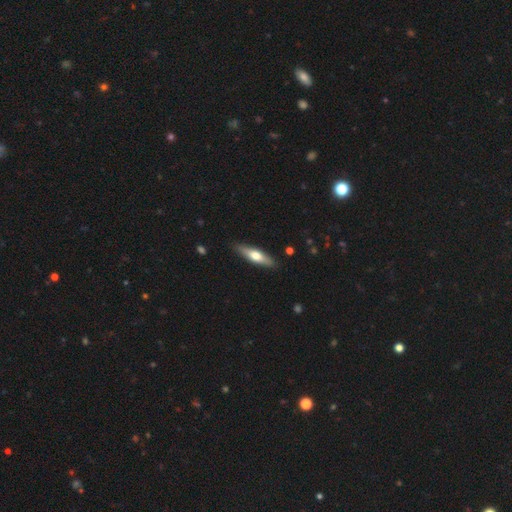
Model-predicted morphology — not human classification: smooth-or-featured: smooth: 51% | featured or disk: 44% | star or artifact: 5%
  how-rounded: cigar-shaped: 69% | in between: 29% | round: 2%
  merging: none: 89% | minor disturbance: 8% | major disturbance: 2% | merger: 1%